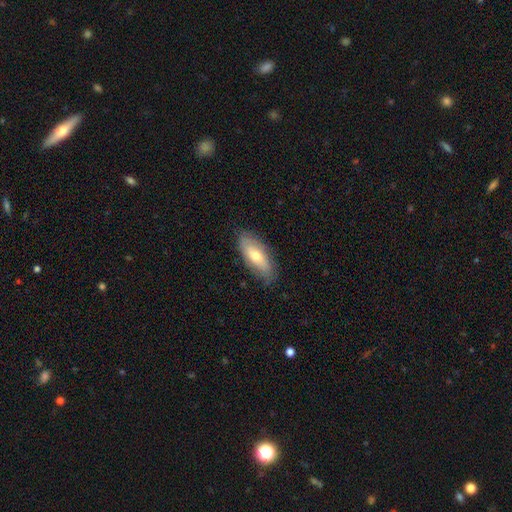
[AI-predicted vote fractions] Overall: smooth (59%; featured or disk 35%). How rounded: in between (77%). Merging: none (80%).